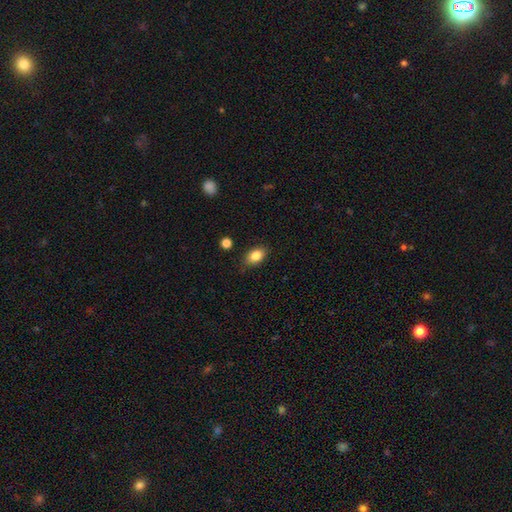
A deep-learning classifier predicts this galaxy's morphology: The model was most divided on "how rounded": in between: 83%, round: 15%, cigar-shaped: 2%. More confident: smooth or featured — smooth (84%); merging — none (82%).